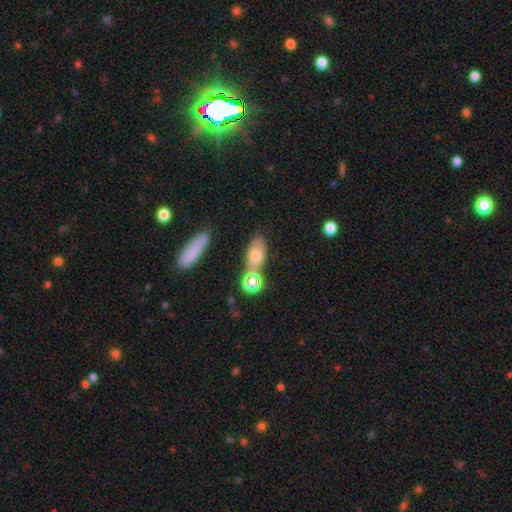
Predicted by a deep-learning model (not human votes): A smooth galaxy with no disk features (67%) that is in between round and cigar-shaped (79%). Merging: none (62%).